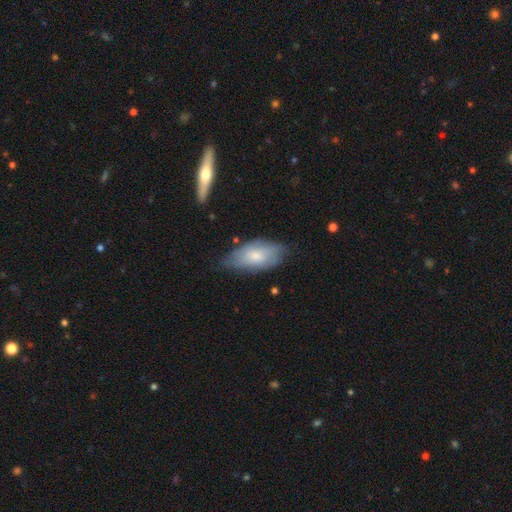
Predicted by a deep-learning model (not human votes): smooth_or_featured: smooth (p=0.61) [alt: featured or disk p=0.33]
how_rounded: in between (p=0.90) [alt: cigar-shaped p=0.07]
merging: none (p=0.61) [alt: minor disturbance p=0.31]